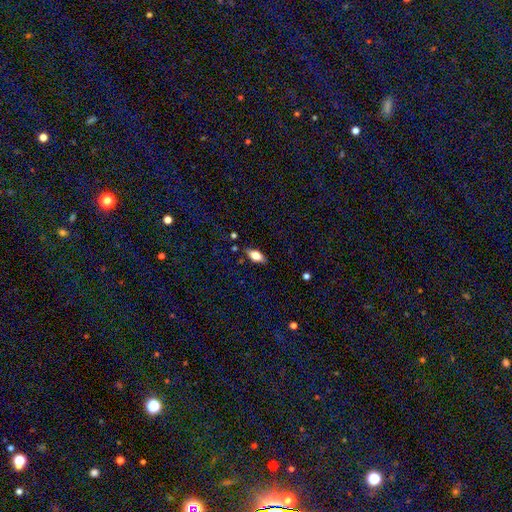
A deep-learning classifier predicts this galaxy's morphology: type=smooth (72%); roundness=in between (86%); merging=none (83%).